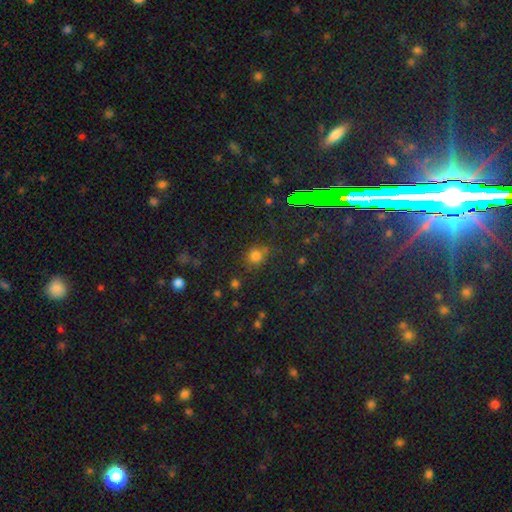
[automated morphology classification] smooth-or-featured: smooth: 70% | star or artifact: 23% | featured or disk: 7%
  how-rounded: round: 84% | in between: 15% | cigar-shaped: 1%
  merging: none: 71% | minor disturbance: 15% | major disturbance: 7% | merger: 7%